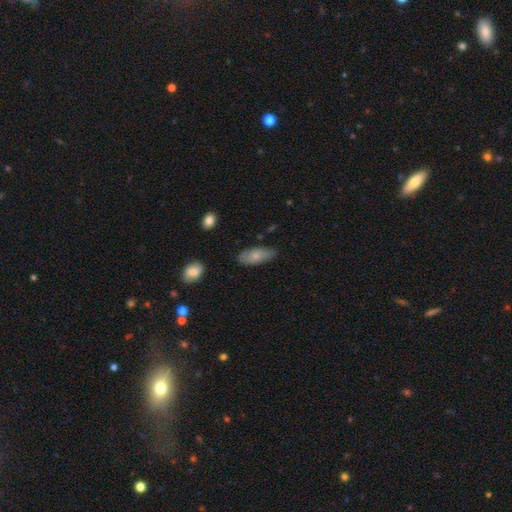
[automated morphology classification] smooth-or-featured: smooth: 73% | featured or disk: 21% | star or artifact: 6%
  how-rounded: in between: 80% | cigar-shaped: 17% | round: 3%
  merging: none: 75% | minor disturbance: 20% | major disturbance: 3% | merger: 2%